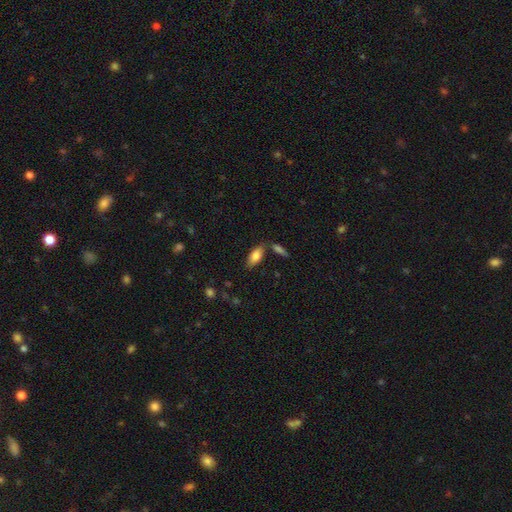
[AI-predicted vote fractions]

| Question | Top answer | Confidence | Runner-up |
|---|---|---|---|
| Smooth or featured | smooth | 81% | featured or disk (13%) |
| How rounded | in between | 84% | cigar-shaped (14%) |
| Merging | none | 73% | minor disturbance (13%) |